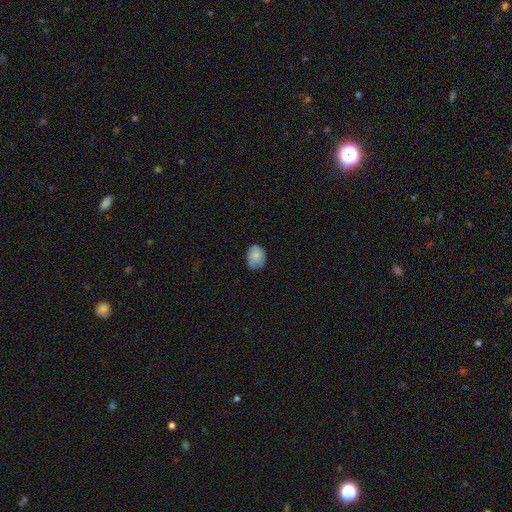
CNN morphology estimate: A smooth galaxy with no disk features (80%) that is in between round and cigar-shaped (55%).

Vote fractions:
- Smooth or featured? smooth: 80% / featured or disk: 12% / star or artifact: 8%
- How rounded? in between: 55% / round: 44% / cigar-shaped: 1%
- Merging? none: 68% / minor disturbance: 26% / major disturbance: 5% / merger: 1%